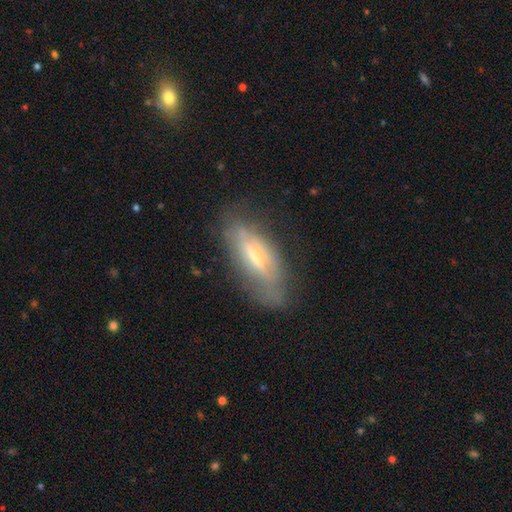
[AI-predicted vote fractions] This is possibly a featured or disk galaxy (59%). It is likely viewed edge-on (62%). Merging: likely none (68%).